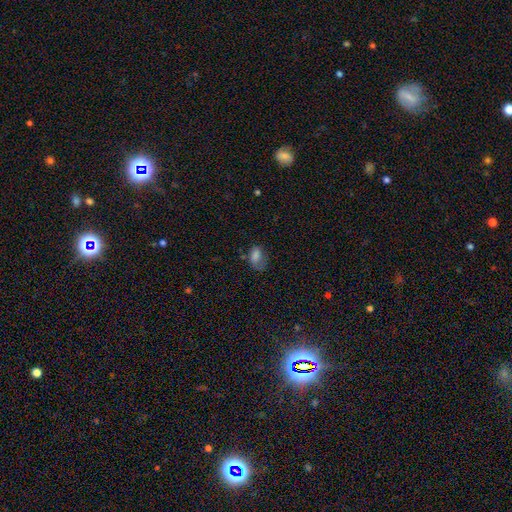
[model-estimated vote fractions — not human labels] The model was most divided on "merging": none: 44%, minor disturbance: 30%, major disturbance: 23%, merger: 3%. More confident: how rounded — in between (84%); smooth or featured — smooth (71%).